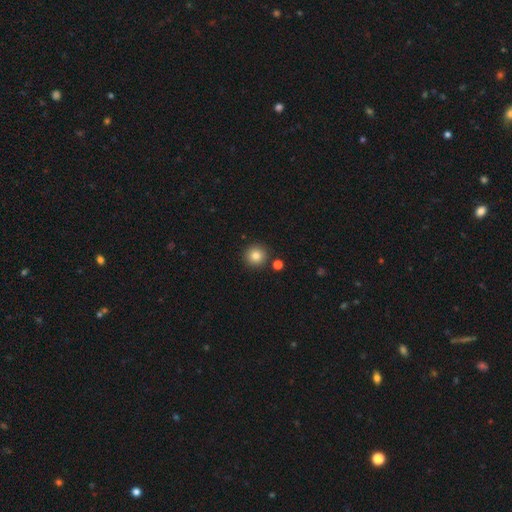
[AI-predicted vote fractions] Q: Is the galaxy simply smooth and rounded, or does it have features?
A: smooth — 83%.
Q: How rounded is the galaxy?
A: round — 94%.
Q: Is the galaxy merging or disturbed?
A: none — 88%.